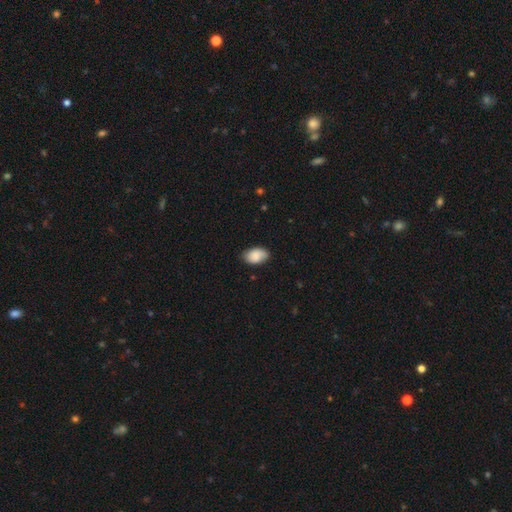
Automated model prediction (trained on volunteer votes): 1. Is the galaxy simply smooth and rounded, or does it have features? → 81% smooth, 12% featured or disk, 7% star or artifact.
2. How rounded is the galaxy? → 90% in between, 9% round, 1% cigar-shaped.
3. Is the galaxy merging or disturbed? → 76% none, 20% minor disturbance, 3% major disturbance, 1% merger.